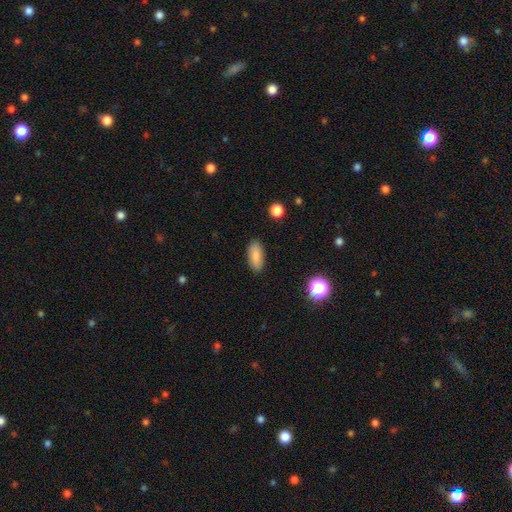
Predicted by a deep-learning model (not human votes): smooth-or-featured: smooth: 85% | star or artifact: 8% | featured or disk: 7%
  how-rounded: in between: 83% | cigar-shaped: 14% | round: 3%
  merging: none: 87% | minor disturbance: 9% | major disturbance: 2% | merger: 1%